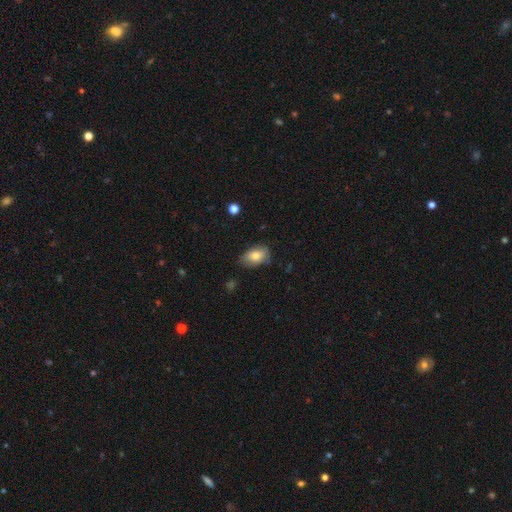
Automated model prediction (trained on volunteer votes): Q: Smooth or featured?
A: smooth (75%); runner-up: featured or disk (17%)
Q: How rounded?
A: in between (89%); runner-up: round (10%)
Q: Merging?
A: none (65%); runner-up: minor disturbance (27%)